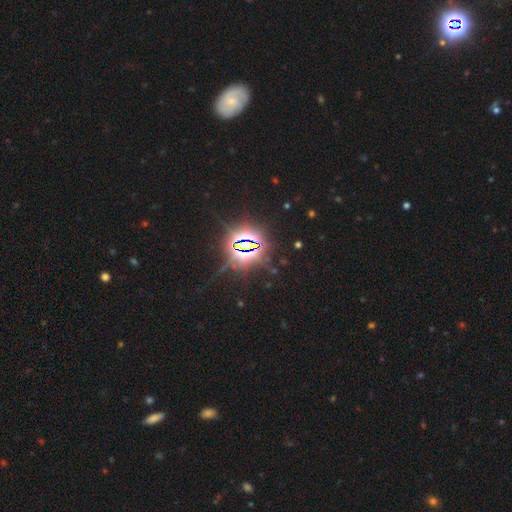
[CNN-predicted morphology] star or artifact 84%, smooth 9%, featured or disk 7%.